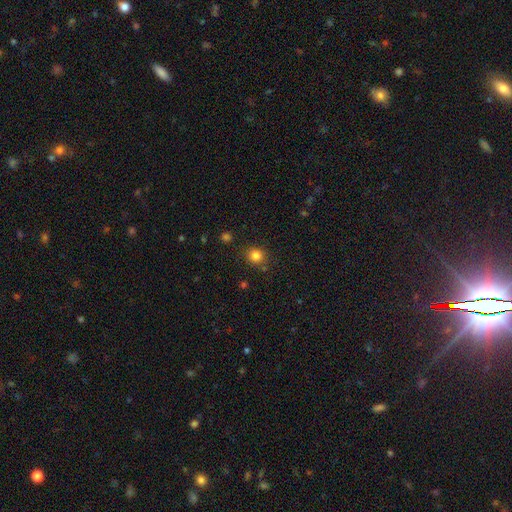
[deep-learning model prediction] smooth_or_featured: smooth (p=0.82) [alt: star or artifact p=0.13]
how_rounded: round (p=0.86) [alt: in between p=0.13]
merging: none (p=0.84) [alt: minor disturbance p=0.10]